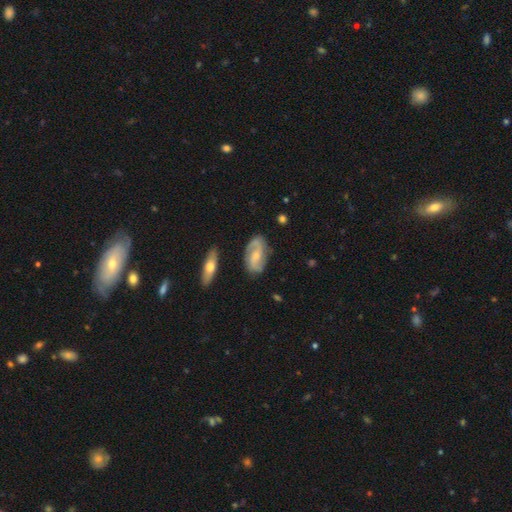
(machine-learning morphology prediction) type=featured or disk (75%); edge-on=no (95%); bar=no (49%); spiral arms=yes (94%); winding=medium (47%); arm count=2 (86%); bulge=small (52%); merging=none (78%).